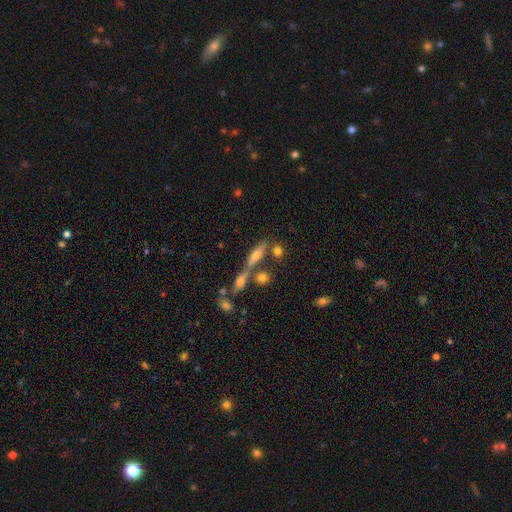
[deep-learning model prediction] This appears to be a featured or disk galaxy (46%). Merging: none (55%).